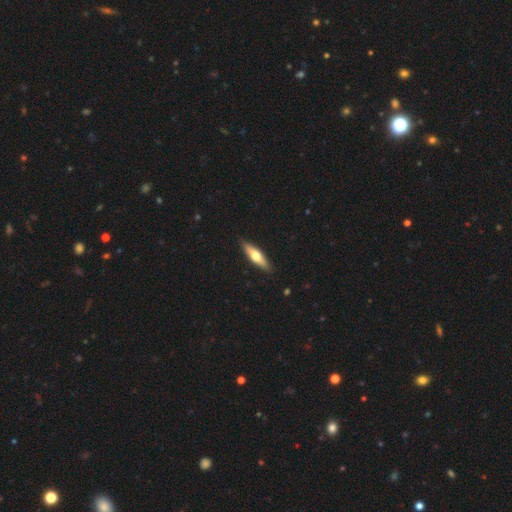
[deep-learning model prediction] smooth_or_featured: smooth (p=0.53) [alt: featured or disk p=0.42]
how_rounded: cigar-shaped (p=0.66) [alt: in between p=0.32]
merging: none (p=0.89) [alt: minor disturbance p=0.08]